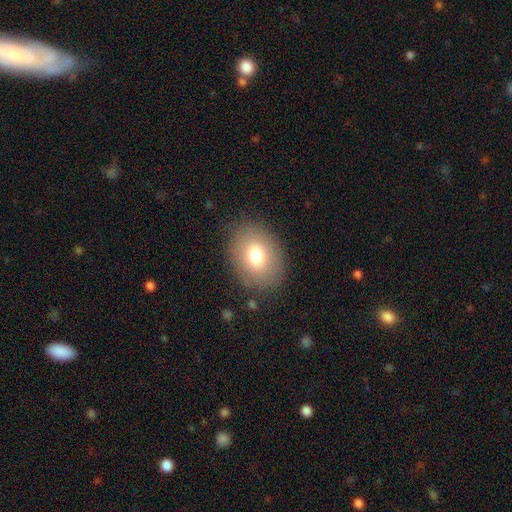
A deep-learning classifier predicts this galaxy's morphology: Smooth or featured? smooth (76%)
How rounded? in between (64%)
Merging? none (84%)